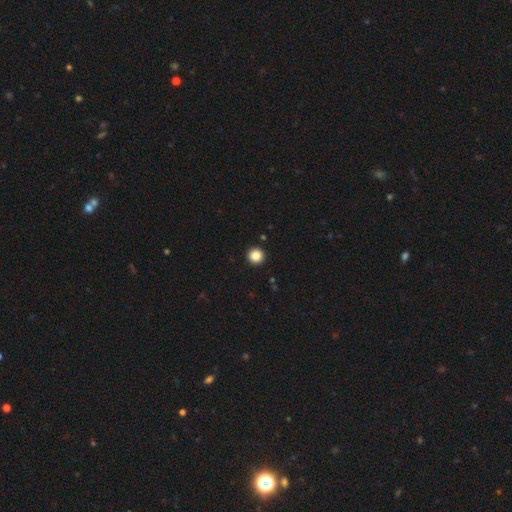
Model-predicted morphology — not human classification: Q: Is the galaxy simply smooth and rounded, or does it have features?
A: smooth — 86%.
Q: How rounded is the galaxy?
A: round — 97%.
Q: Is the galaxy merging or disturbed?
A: none — 94%.